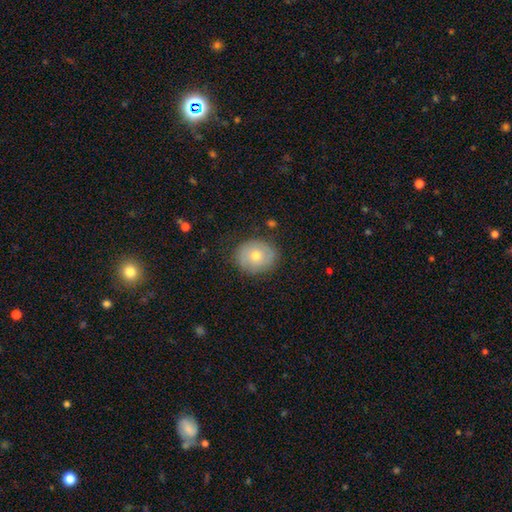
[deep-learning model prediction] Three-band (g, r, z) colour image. It shows a smooth galaxy with no disk features (65%) that is round (68%). Merging: none (81%).